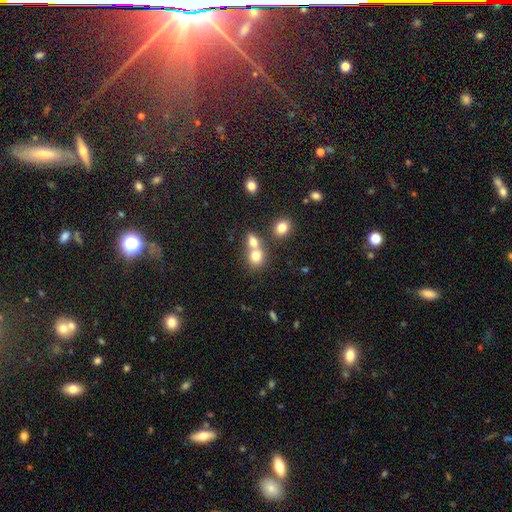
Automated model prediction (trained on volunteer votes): The model was most divided on "merging": merger: 56%, none: 35%, minor disturbance: 6%, major disturbance: 3%. More confident: smooth or featured — smooth (76%); how rounded — round (70%).